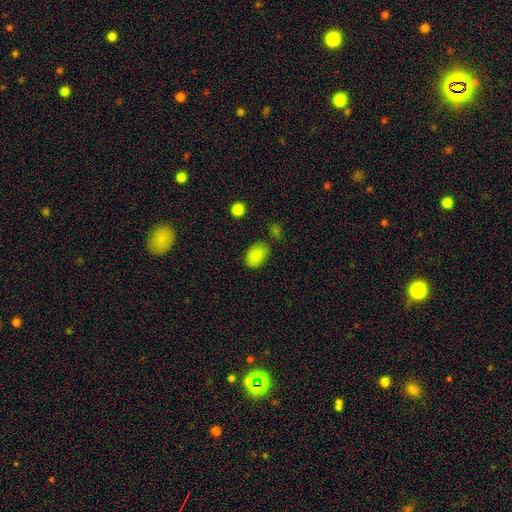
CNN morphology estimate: Q: Smooth or featured?
A: smooth (87%); runner-up: star or artifact (9%)
Q: How rounded?
A: in between (85%); runner-up: round (14%)
Q: Merging?
A: none (75%); runner-up: minor disturbance (16%)